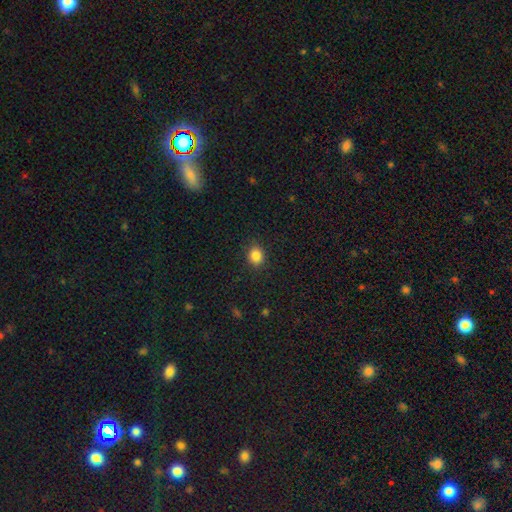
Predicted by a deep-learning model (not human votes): Overall: smooth (86%). How rounded: round (57%; in between 42%). Merging: none (88%).